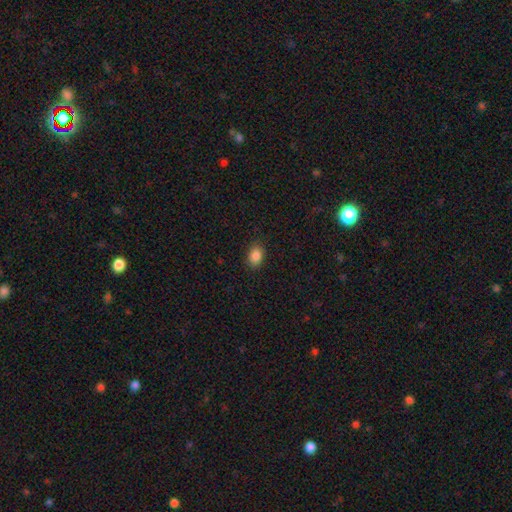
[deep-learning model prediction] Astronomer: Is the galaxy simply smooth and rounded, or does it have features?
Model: smooth — 86%.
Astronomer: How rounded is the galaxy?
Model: in between — 81%.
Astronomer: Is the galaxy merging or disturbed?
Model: none — 88%.